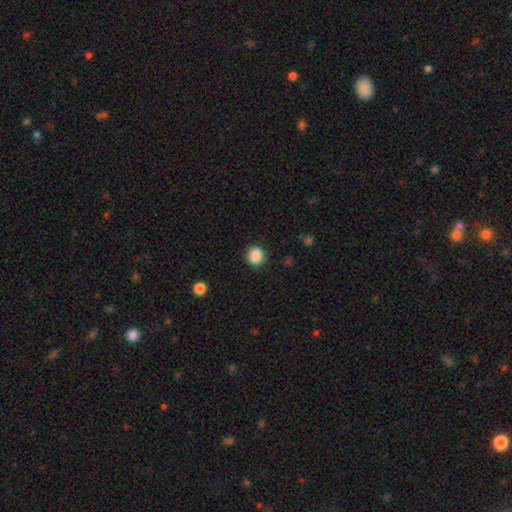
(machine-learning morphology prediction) This appears to be a smooth galaxy with no disk features (87%) that is round (76%). Merging: none (87%).